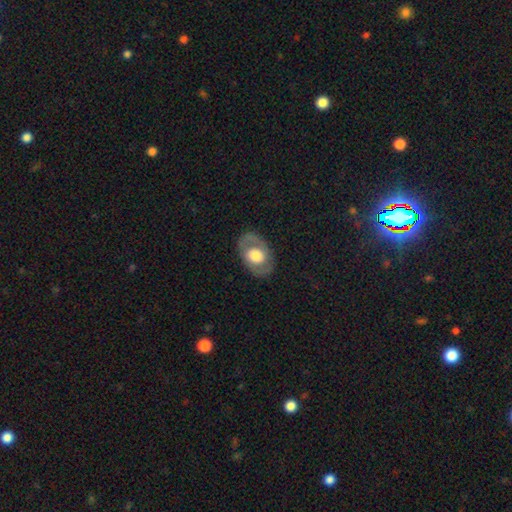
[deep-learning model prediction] Smooth or featured: featured or disk — 48% (smooth — 46%)
Merging: none — 80% (minor disturbance — 13%)